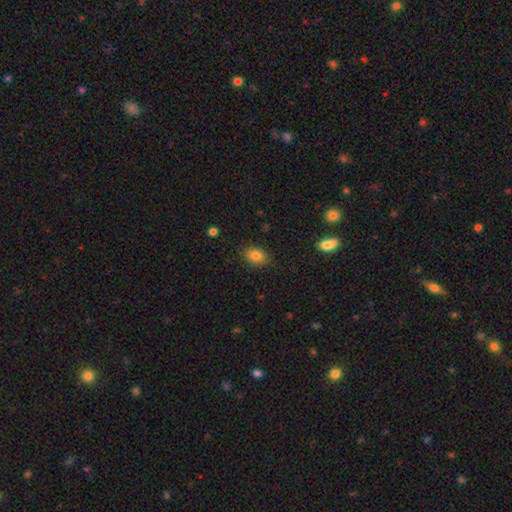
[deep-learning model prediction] smooth_or_featured: smooth (p=0.83) [alt: star or artifact p=0.10]
how_rounded: in between (p=0.78) [alt: round p=0.21]
merging: none (p=0.87) [alt: minor disturbance p=0.10]